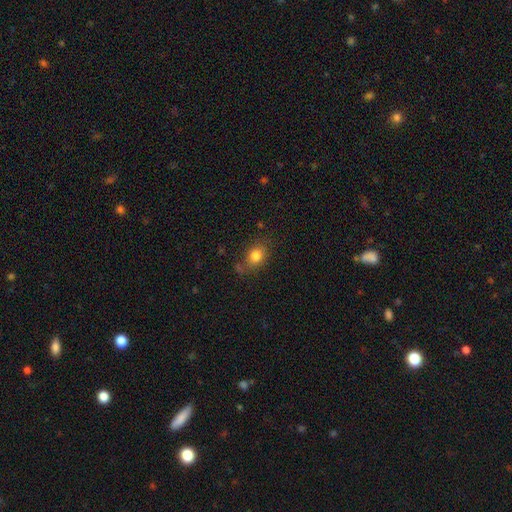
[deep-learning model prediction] This appears to be a smooth galaxy with no disk features (81%) that is in between round and cigar-shaped (56%). Merging: none (68%).